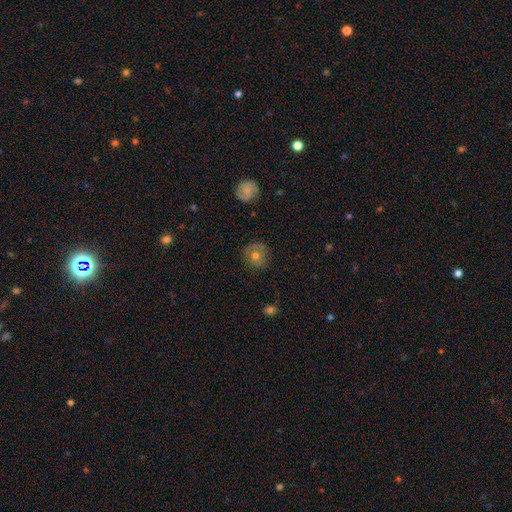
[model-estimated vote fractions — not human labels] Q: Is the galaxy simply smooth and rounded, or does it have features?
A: smooth — 55%.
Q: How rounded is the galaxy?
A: round — 91%.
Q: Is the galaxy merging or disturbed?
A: none — 82%.